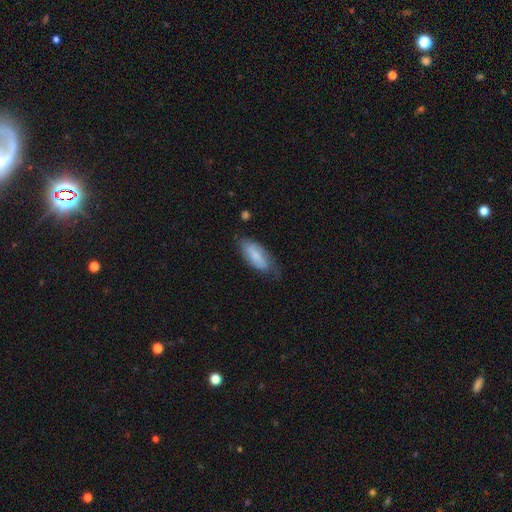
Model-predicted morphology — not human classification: A smooth galaxy with no disk features (69%) that is in between round and cigar-shaped (81%).

Vote fractions:
- Smooth or featured? smooth: 69% / featured or disk: 25% / star or artifact: 6%
- How rounded? in between: 81% / cigar-shaped: 17% / round: 2%
- Merging? none: 59% / minor disturbance: 30% / major disturbance: 9% / merger: 2%